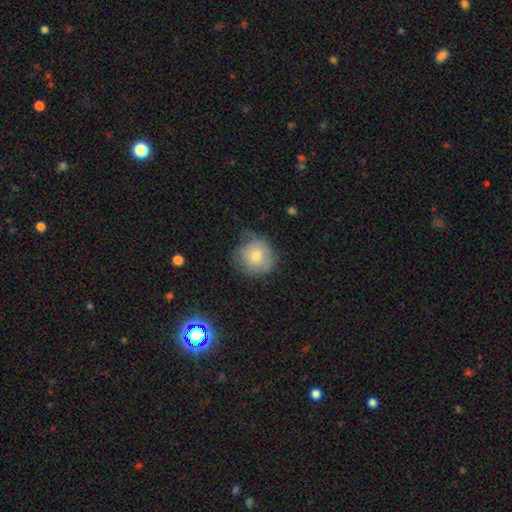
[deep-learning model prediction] A smooth galaxy with no disk features (65%) that is round (89%). Merging: none (62%).